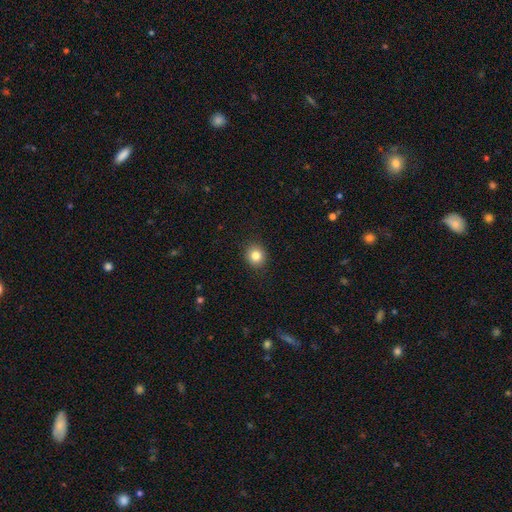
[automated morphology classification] Q: Smooth or featured?
A: smooth (83%); runner-up: star or artifact (10%)
Q: How rounded?
A: round (84%); runner-up: in between (15%)
Q: Merging?
A: none (91%); runner-up: minor disturbance (6%)